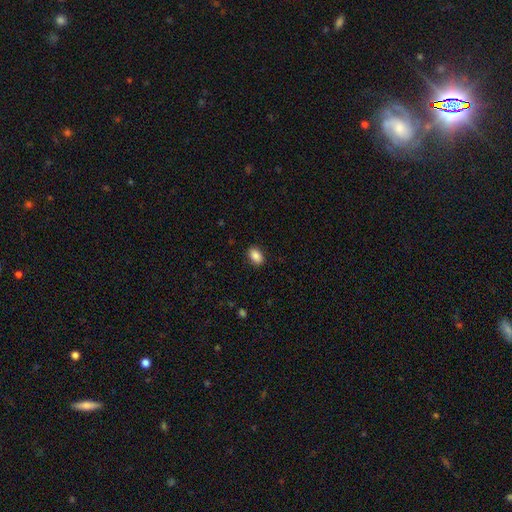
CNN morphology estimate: A smooth galaxy with no disk features (88%) that is in between round and cigar-shaped (86%).

Vote fractions:
- Smooth or featured? smooth: 88% / star or artifact: 8% / featured or disk: 5%
- How rounded? in between: 86% / round: 12% / cigar-shaped: 1%
- Merging? none: 89% / minor disturbance: 8% / major disturbance: 2% / merger: 1%